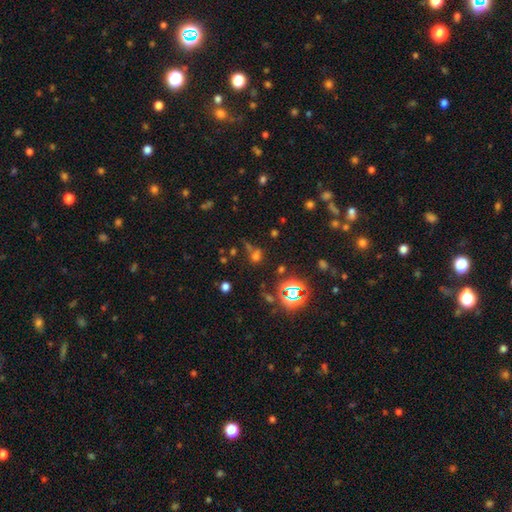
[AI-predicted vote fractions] Q: Smooth or featured?
A: star or artifact (46%); runner-up: smooth (43%)